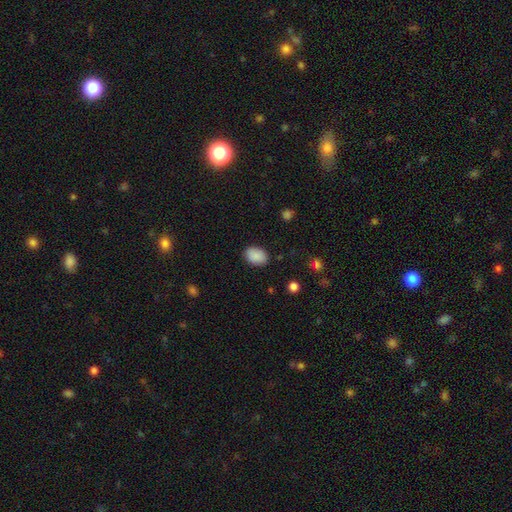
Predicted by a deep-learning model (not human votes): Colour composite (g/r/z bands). It shows a smooth galaxy with no disk features (88%) that is in between round and cigar-shaped (79%). Merging: none (86%).